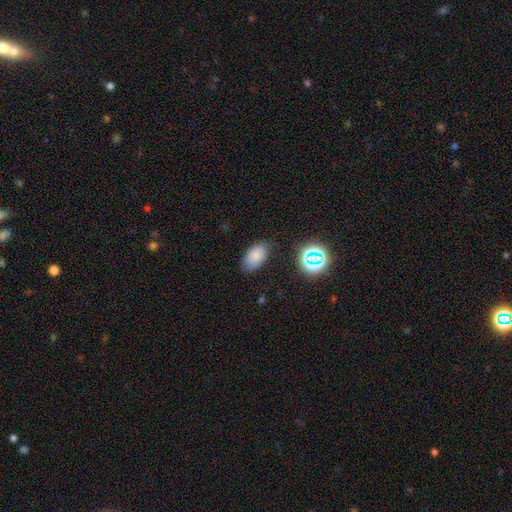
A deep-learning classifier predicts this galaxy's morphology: Smooth or featured? smooth (78%)
How rounded? in between (91%)
Merging? none (78%)